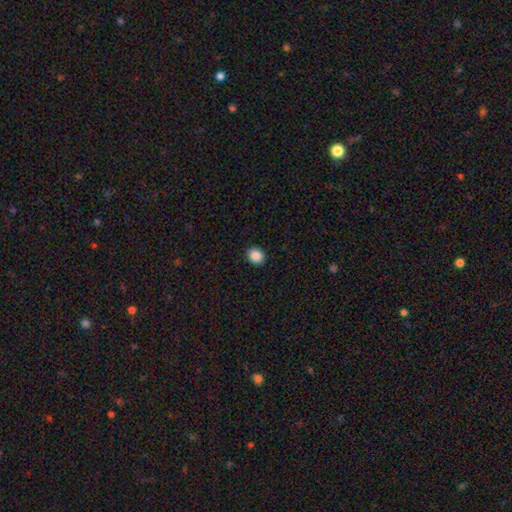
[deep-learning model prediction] Morphology: type=smooth (88%); roundness=round (70%); merging=none (91%).